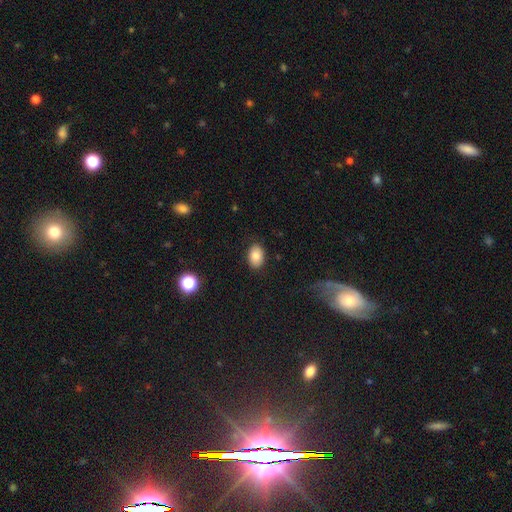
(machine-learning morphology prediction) Overall: smooth (83%). How rounded: in between (84%). Merging: none (86%).